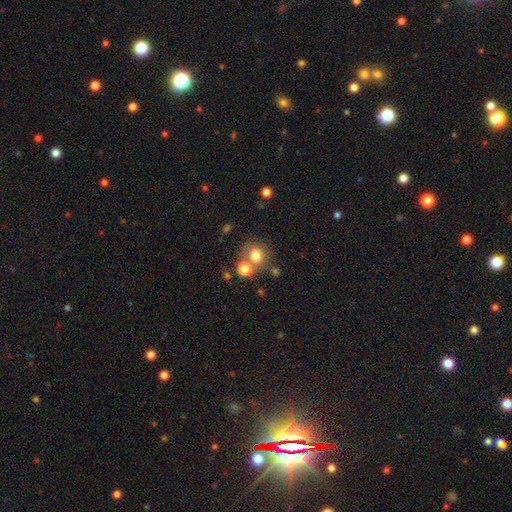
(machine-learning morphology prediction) smooth-or-featured: smooth: 76% | featured or disk: 13% | star or artifact: 12%
  how-rounded: round: 78% | in between: 21% | cigar-shaped: 1%
  merging: none: 57% | merger: 26% | minor disturbance: 11% | major disturbance: 6%